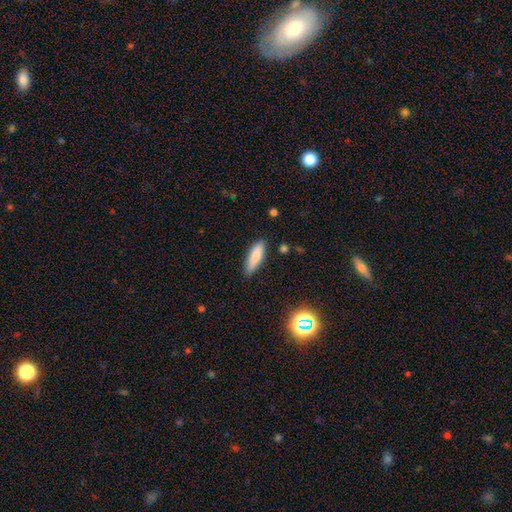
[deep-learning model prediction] Smooth or featured: smooth — 81% (featured or disk — 13%)
How rounded: cigar-shaped — 59% (in between — 39%)
Merging: none — 82% (minor disturbance — 14%)